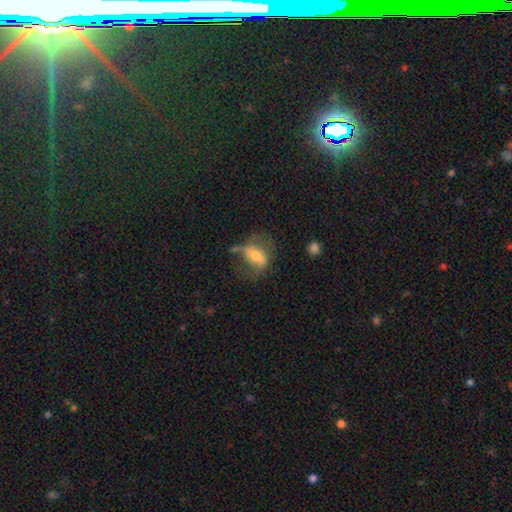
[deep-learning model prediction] Q: Smooth or featured?
A: smooth (54%); runner-up: featured or disk (37%)
Q: How rounded?
A: in between (79%); runner-up: round (14%)
Q: Merging?
A: none (36%); runner-up: major disturbance (33%)